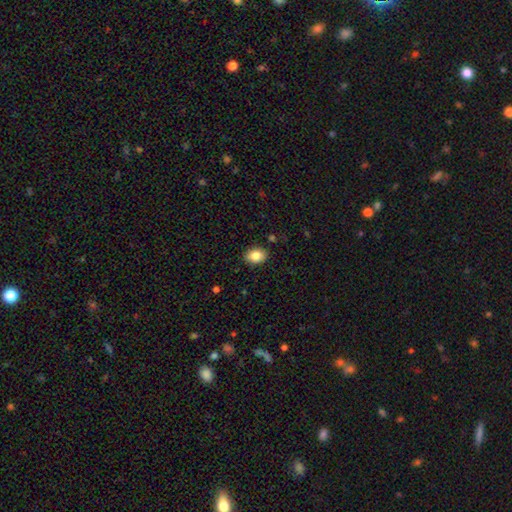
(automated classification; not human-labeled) A smooth galaxy with no disk features (84%) that is in between round and cigar-shaped (68%).

Vote fractions:
- Smooth or featured? smooth: 84% / star or artifact: 8% / featured or disk: 7%
- How rounded? in between: 68% / round: 31% / cigar-shaped: 1%
- Merging? none: 89% / minor disturbance: 8% / major disturbance: 2% / merger: 1%